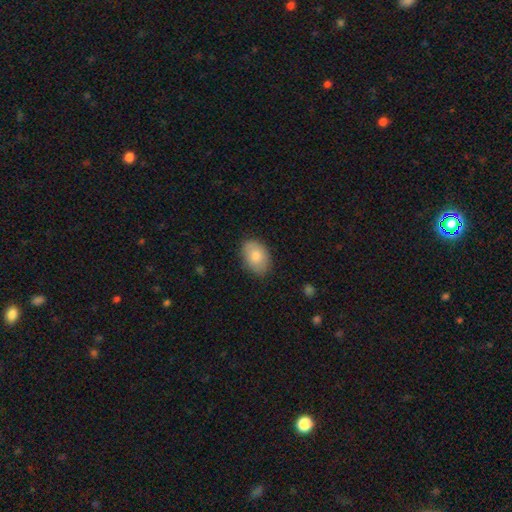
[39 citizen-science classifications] Volunteers were most divided on "how rounded": in between: 68%, round: 32%, cigar-shaped: 0%. More confident: merging — none (89%); smooth or featured — smooth (72%).